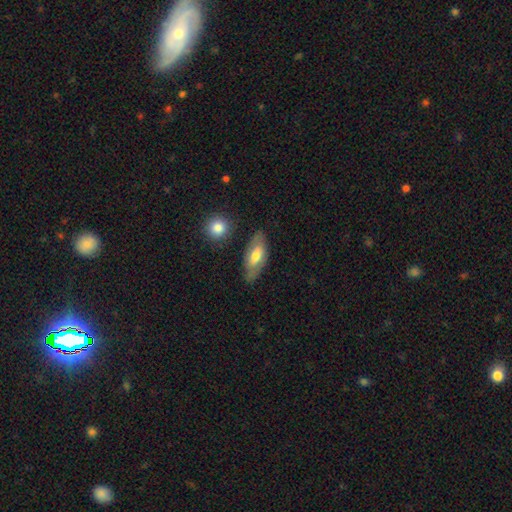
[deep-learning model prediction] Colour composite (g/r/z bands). It shows a smooth galaxy with no disk features (57%) that is in between round and cigar-shaped (82%). Merging: none (73%).